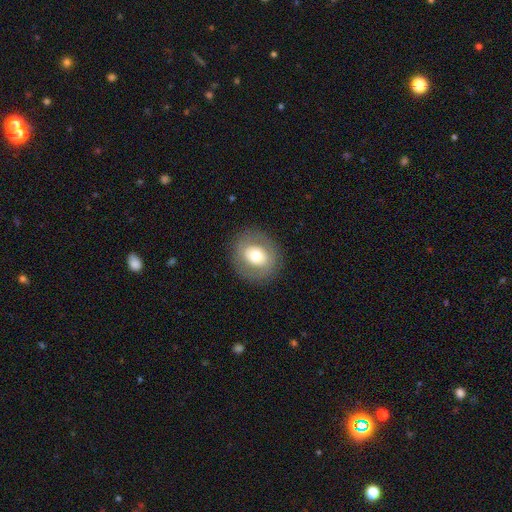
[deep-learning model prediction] This appears to be a smooth galaxy with no disk features (59%) that is round (76%). Merging: none (85%).